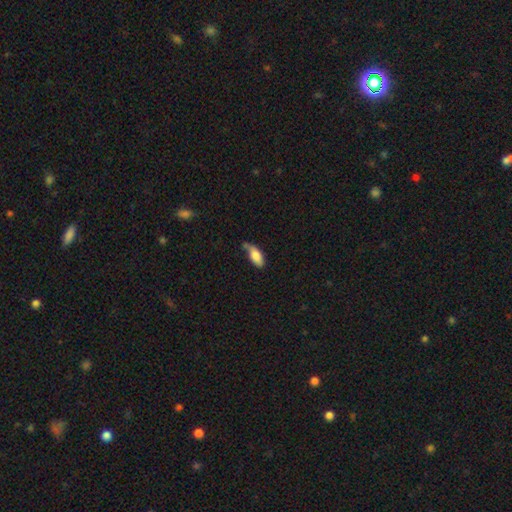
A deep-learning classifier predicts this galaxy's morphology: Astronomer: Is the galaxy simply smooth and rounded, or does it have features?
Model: smooth — 80%.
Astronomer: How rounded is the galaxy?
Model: in between — 84%.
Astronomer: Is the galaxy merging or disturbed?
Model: none — 48% (runner-up: minor disturbance, 34%).